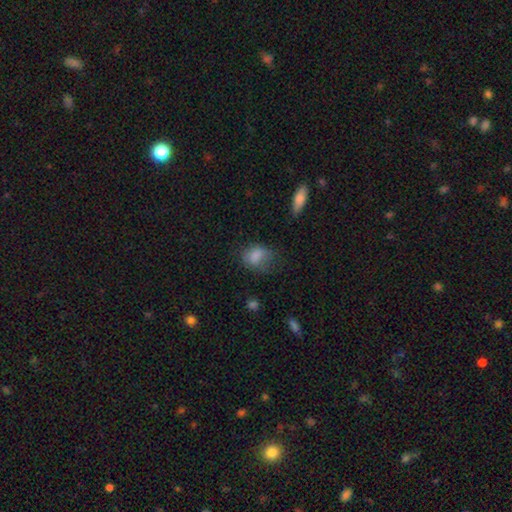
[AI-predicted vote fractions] The model was most divided on "merging": none: 50%, minor disturbance: 30%, major disturbance: 17%, merger: 3%. More confident: smooth or featured — smooth (79%); how rounded — in between (65%).